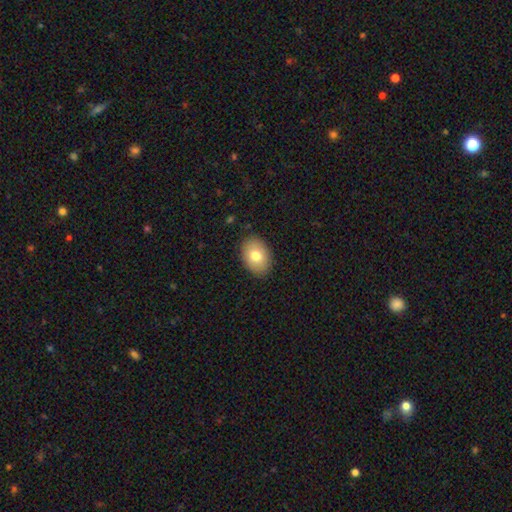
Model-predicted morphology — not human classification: Overall: smooth (77%). How rounded: in between (80%). Merging: none (88%).